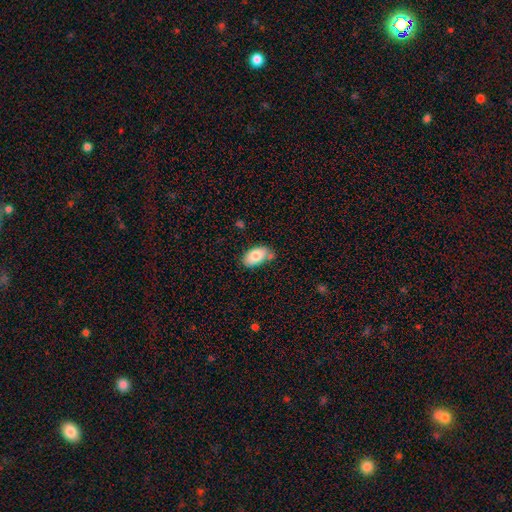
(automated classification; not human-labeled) A smooth galaxy with no disk features (78%) that is in between round and cigar-shaped (93%).

Vote fractions:
- Smooth or featured? smooth: 78% / featured or disk: 15% / star or artifact: 7%
- How rounded? in between: 93% / round: 5% / cigar-shaped: 2%
- Merging? none: 65% / minor disturbance: 22% / merger: 8% / major disturbance: 4%